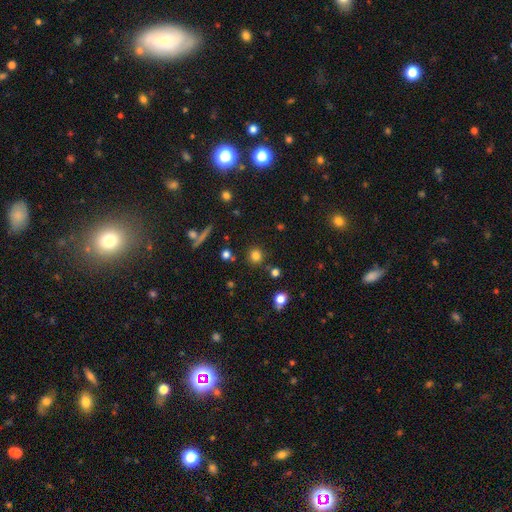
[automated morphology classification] Smooth or featured?
  - smooth: 79% *
  - star or artifact: 15%
  - featured or disk: 7%
How rounded?
  - round: 93% *
  - in between: 6%
  - cigar-shaped: 1%
Merging?
  - none: 86% *
  - minor disturbance: 7%
  - merger: 5%
  - major disturbance: 3%